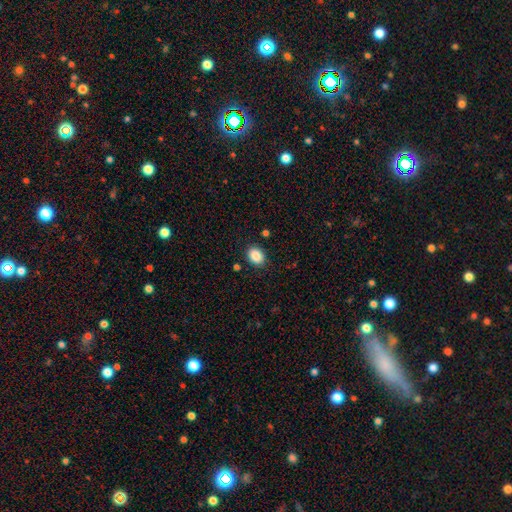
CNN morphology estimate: Smooth or featured? Predicted: smooth (p=0.88). How rounded? Predicted: in between (p=0.58). Merging? Predicted: none (p=0.86).